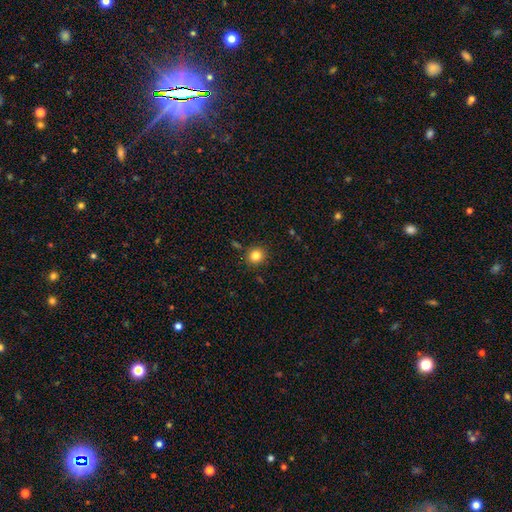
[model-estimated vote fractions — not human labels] Morphology: type=smooth (83%); roundness=round (83%); merging=none (88%).